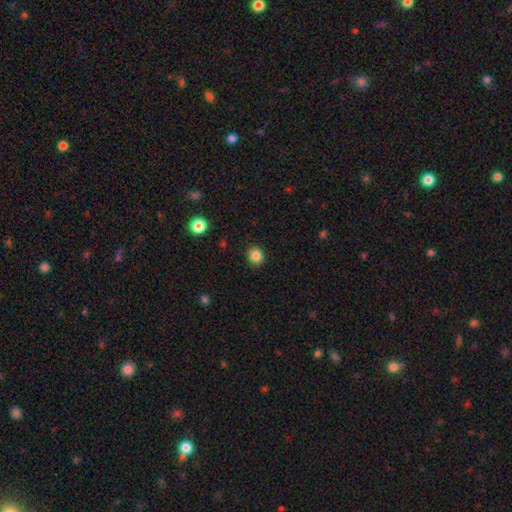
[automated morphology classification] Smooth or featured: smooth — 84% (star or artifact — 11%)
How rounded: round — 80% (in between — 19%)
Merging: none — 89% (minor disturbance — 8%)